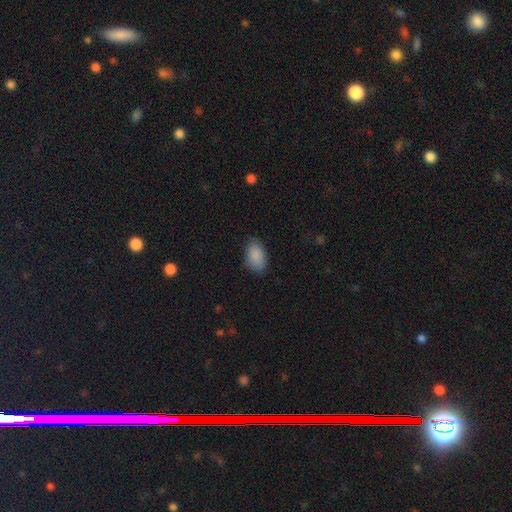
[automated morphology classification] smooth-or-featured: smooth: 89% | star or artifact: 8% | featured or disk: 4%
  how-rounded: in between: 91% | round: 7% | cigar-shaped: 1%
  merging: none: 78% | minor disturbance: 17% | major disturbance: 4% | merger: 1%